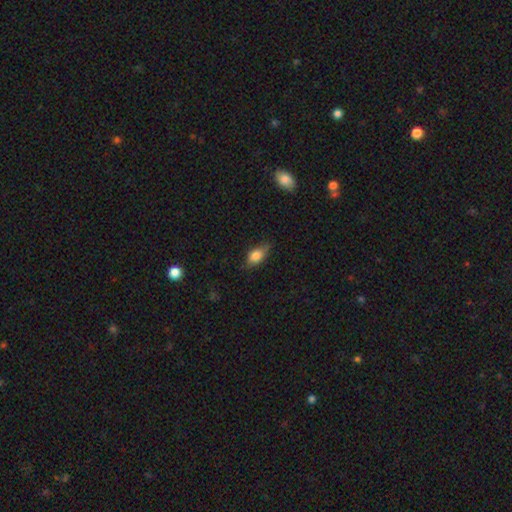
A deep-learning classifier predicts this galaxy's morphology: smooth 78%, featured or disk 14%, star or artifact 8%. Down the decision tree: how rounded — in between (83%); merging — none (68%).